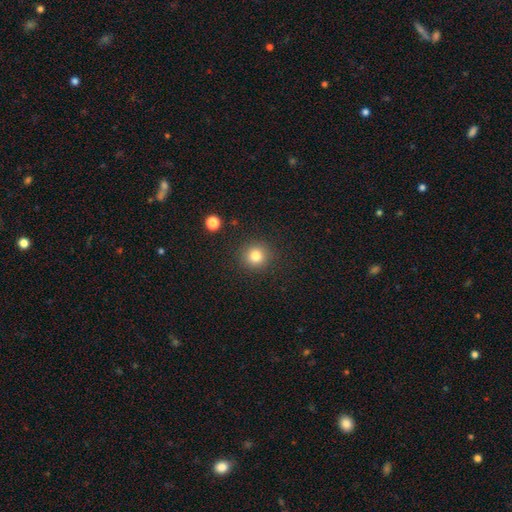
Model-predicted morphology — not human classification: Smooth or featured? Predicted: smooth (p=0.81). How rounded? Predicted: round (p=0.93). Merging? Predicted: none (p=0.90).